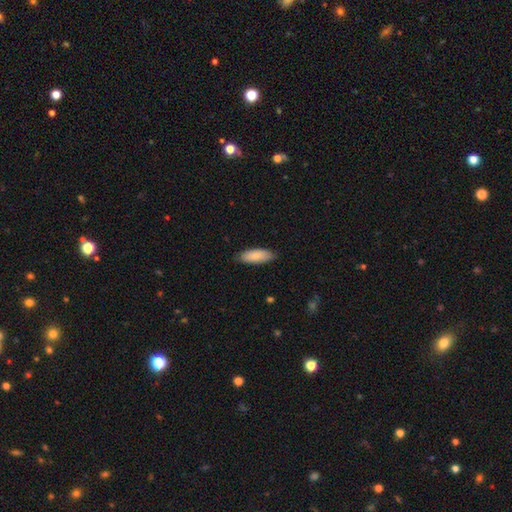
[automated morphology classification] type=smooth (85%); roundness=in between (72%); merging=none (83%).